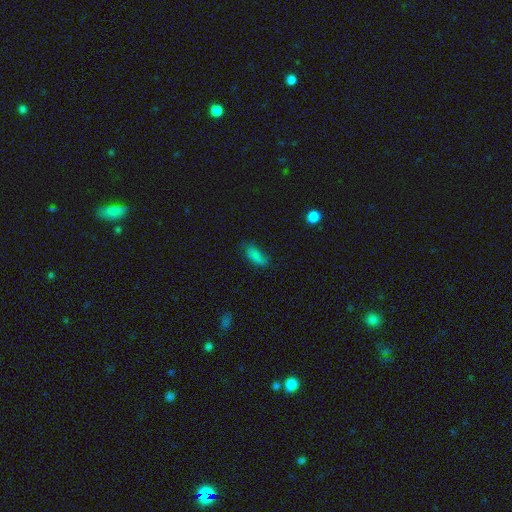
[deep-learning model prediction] Smooth or featured: smooth — 78% (featured or disk — 12%)
How rounded: in between — 84% (cigar-shaped — 13%)
Merging: none — 64% (minor disturbance — 26%)